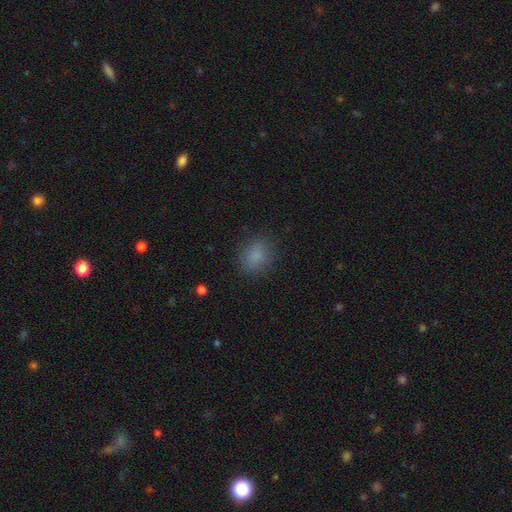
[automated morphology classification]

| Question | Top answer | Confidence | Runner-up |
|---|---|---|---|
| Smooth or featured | smooth | 83% | star or artifact (12%) |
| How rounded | round | 51% | in between (48%) |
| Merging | none | 82% | minor disturbance (12%) |